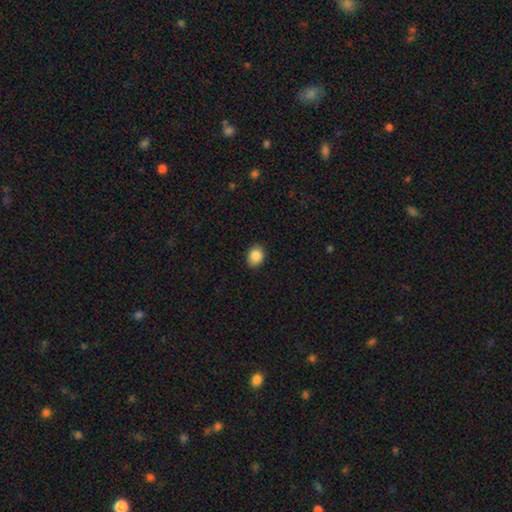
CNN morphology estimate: A smooth galaxy with no disk features (88%) that is in between round and cigar-shaped (52%).

Vote fractions:
- Smooth or featured? smooth: 88% / star or artifact: 8% / featured or disk: 4%
- How rounded? in between: 52% / round: 47% / cigar-shaped: 1%
- Merging? none: 89% / minor disturbance: 8% / major disturbance: 2% / merger: 1%